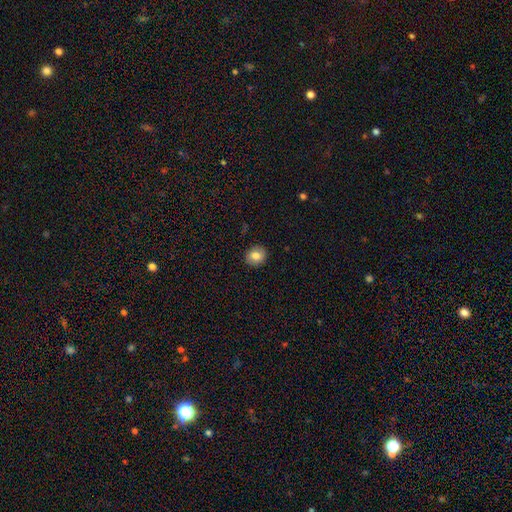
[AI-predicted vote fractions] smooth-or-featured: smooth: 81% | featured or disk: 10% | star or artifact: 9%
  how-rounded: round: 79% | in between: 21% | cigar-shaped: 1%
  merging: none: 91% | minor disturbance: 6% | major disturbance: 2% | merger: 1%